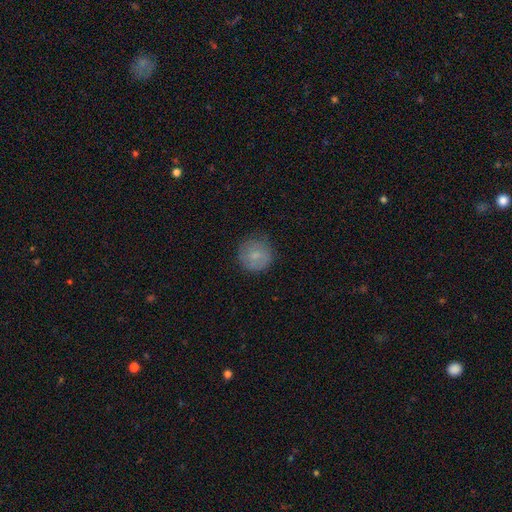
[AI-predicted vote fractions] smooth-or-featured: smooth: 76% | featured or disk: 17% | star or artifact: 8%
  how-rounded: round: 93% | in between: 6% | cigar-shaped: 1%
  merging: none: 77% | minor disturbance: 17% | major disturbance: 5% | merger: 1%